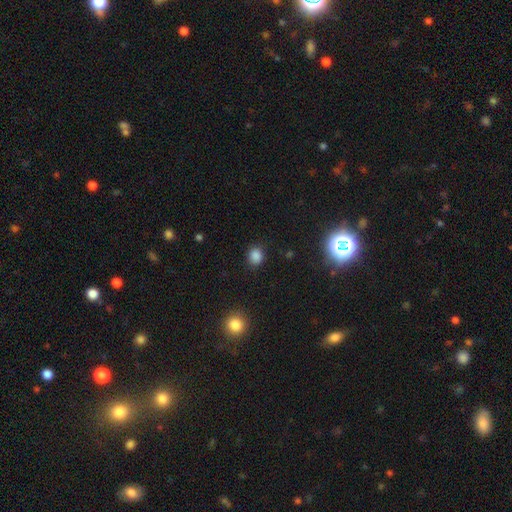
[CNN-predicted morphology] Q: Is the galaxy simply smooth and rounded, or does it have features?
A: smooth — 83%.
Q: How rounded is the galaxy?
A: round — 70%.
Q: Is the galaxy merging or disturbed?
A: none — 85%.